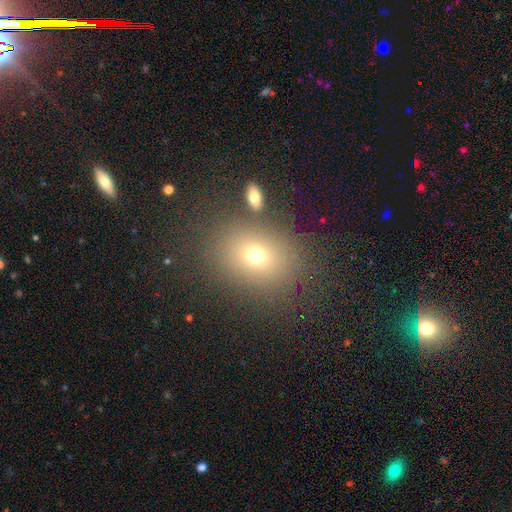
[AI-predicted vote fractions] smooth 68%, star or artifact 19%, featured or disk 13%. Down the decision tree: how rounded — in between (51%); merging — none (80%).